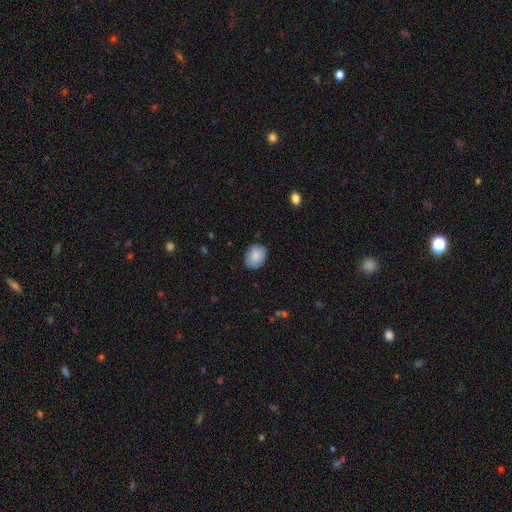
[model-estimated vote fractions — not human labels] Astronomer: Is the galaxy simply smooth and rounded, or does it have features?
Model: smooth — 85%.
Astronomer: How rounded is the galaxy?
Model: in between — 60% (runner-up: round, 39%).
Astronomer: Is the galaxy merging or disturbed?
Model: none — 81%.